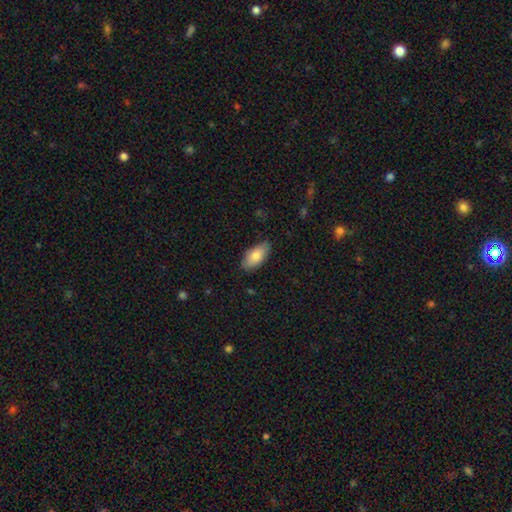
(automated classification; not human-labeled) Smooth or featured?
  - smooth: 81% *
  - featured or disk: 13%
  - star or artifact: 6%
How rounded?
  - in between: 91% *
  - cigar-shaped: 7%
  - round: 3%
Merging?
  - none: 81% *
  - minor disturbance: 15%
  - major disturbance: 3%
  - merger: 1%